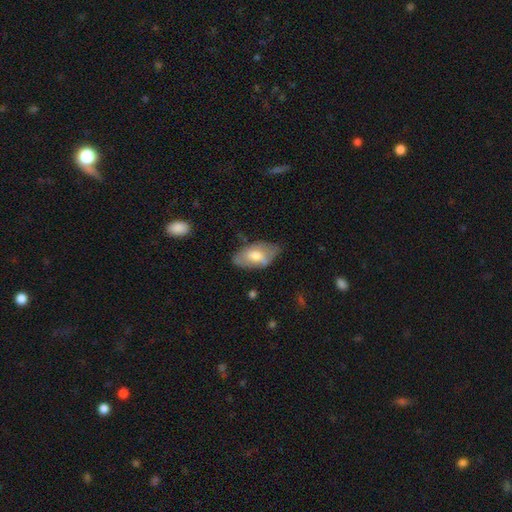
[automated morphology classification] A smooth galaxy with no disk features (60%) that is in between round and cigar-shaped (94%). Merging: none (58%).